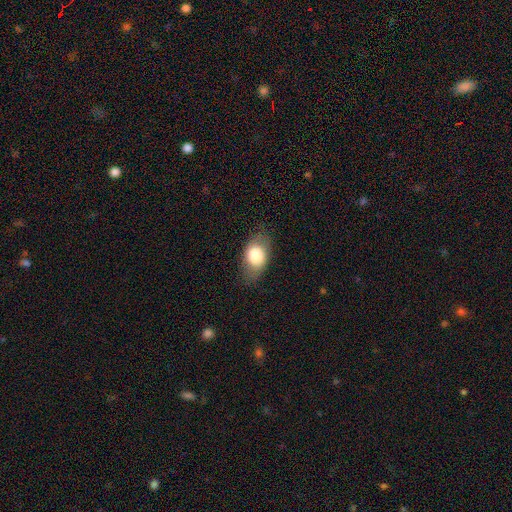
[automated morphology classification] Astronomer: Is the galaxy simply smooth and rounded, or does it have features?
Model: smooth — 76%.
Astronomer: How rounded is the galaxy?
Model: in between — 85%.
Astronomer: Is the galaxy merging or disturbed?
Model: none — 78%.